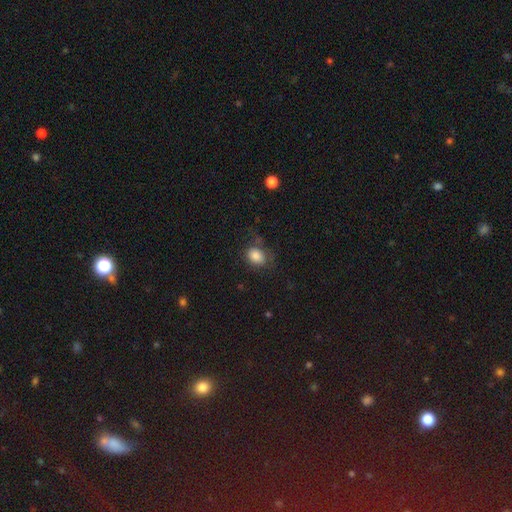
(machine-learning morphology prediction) Smooth or featured?
  - smooth: 84% *
  - star or artifact: 9%
  - featured or disk: 7%
How rounded?
  - in between: 62% *
  - round: 37%
  - cigar-shaped: 1%
Merging?
  - none: 62% *
  - minor disturbance: 23%
  - major disturbance: 12%
  - merger: 3%